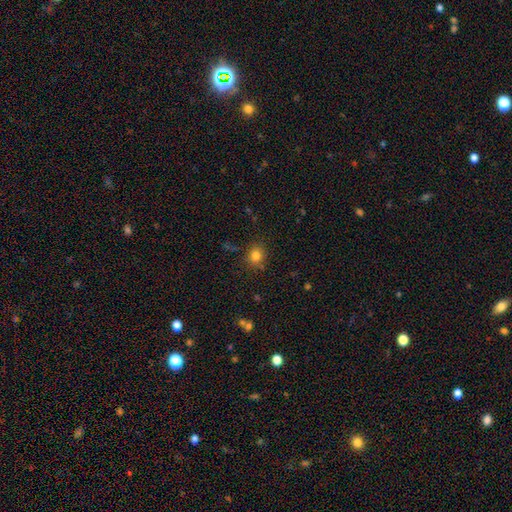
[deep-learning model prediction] This appears to be a smooth galaxy with no disk features (80%) that is round (75%). Merging: none (83%).